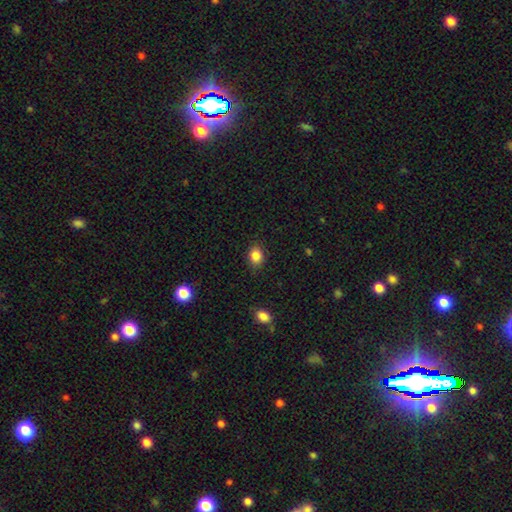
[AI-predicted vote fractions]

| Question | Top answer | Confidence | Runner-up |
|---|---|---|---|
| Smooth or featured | smooth | 85% | star or artifact (10%) |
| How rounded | in between | 58% | round (41%) |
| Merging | none | 86% | minor disturbance (10%) |